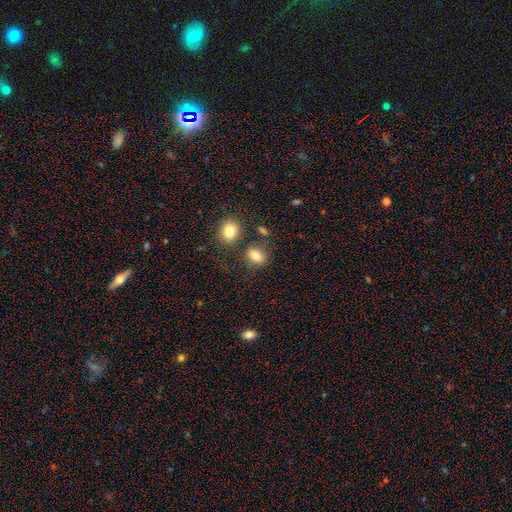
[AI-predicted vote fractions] This appears to be a smooth galaxy with no disk features (80%) that is in between round and cigar-shaped (64%). Merging: none (70%).